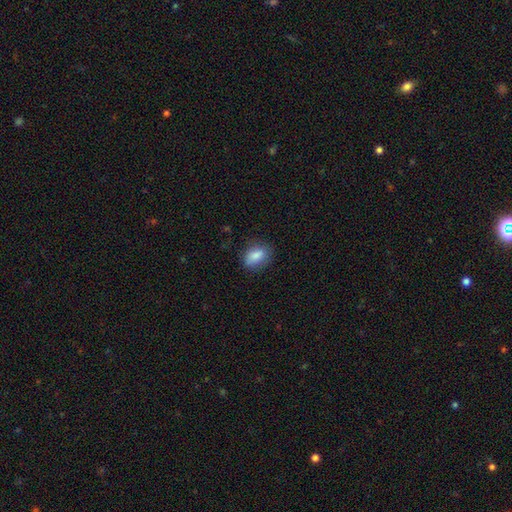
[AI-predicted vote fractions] Smooth or featured? smooth (84%)
How rounded? in between (79%)
Merging? none (76%)